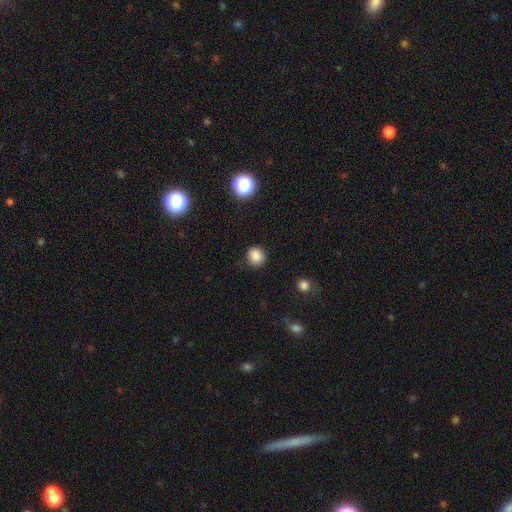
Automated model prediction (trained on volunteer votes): Morphology: type=smooth (85%); roundness=round (87%); merging=none (86%).